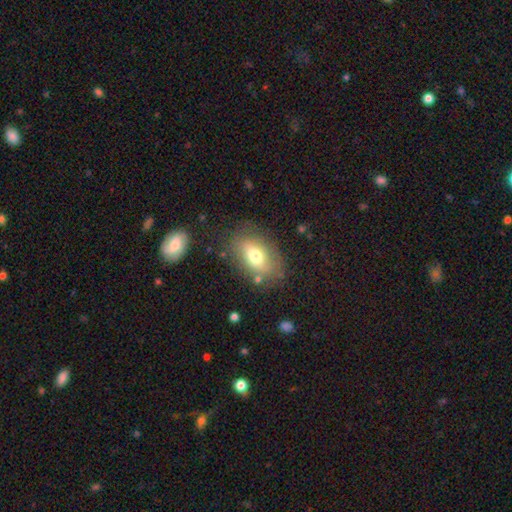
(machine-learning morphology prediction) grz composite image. It shows a smooth galaxy with no disk features (67%) that is in between round and cigar-shaped (84%). Merging: none (74%).